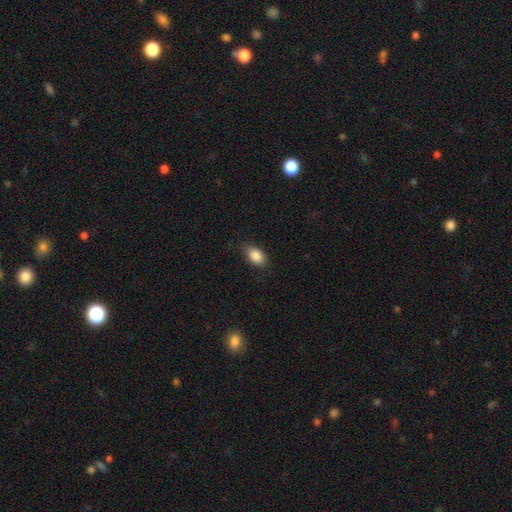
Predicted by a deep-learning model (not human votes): The model was most divided on "merging": none: 80%, minor disturbance: 16%, major disturbance: 4%, merger: 1%. More confident: how rounded — in between (90%); smooth or featured — smooth (87%).